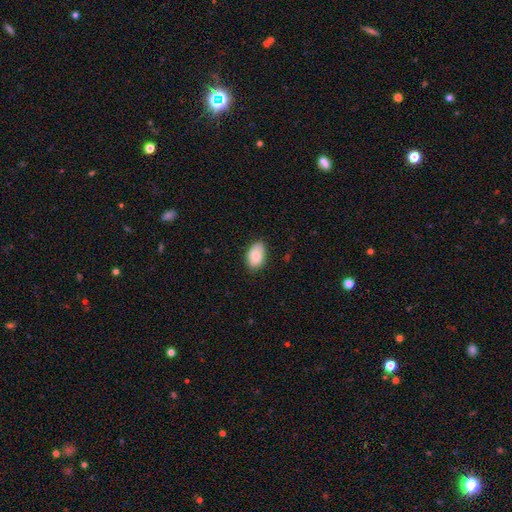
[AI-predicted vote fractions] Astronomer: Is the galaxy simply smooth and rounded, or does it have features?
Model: smooth — 84%.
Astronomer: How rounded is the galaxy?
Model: in between — 92%.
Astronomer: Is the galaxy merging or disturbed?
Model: none — 82%.